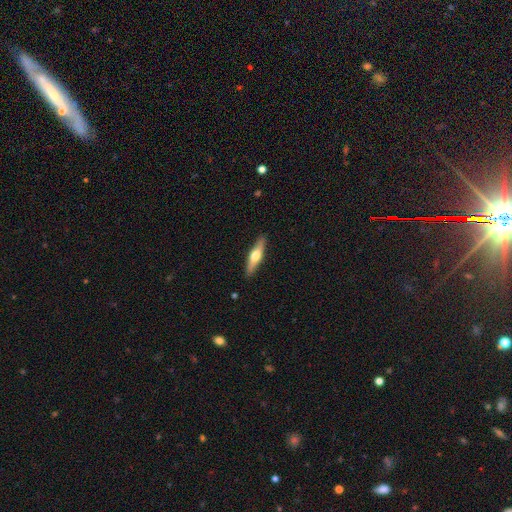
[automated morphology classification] This appears to be a featured or disk galaxy (54%) viewed edge-on (94%) with a rounded central bulge (94%). Merging: none (90%).